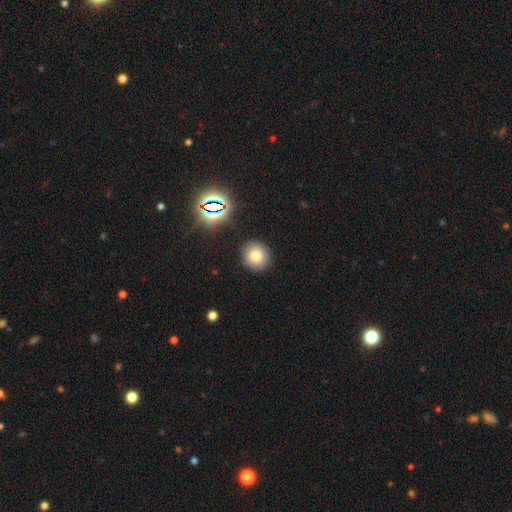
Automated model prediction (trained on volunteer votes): A smooth galaxy with no disk features (76%) that is round (87%).

Vote fractions:
- Smooth or featured? smooth: 76% / star or artifact: 15% / featured or disk: 9%
- How rounded? round: 87% / in between: 12% / cigar-shaped: 1%
- Merging? none: 89% / minor disturbance: 7% / major disturbance: 2% / merger: 2%